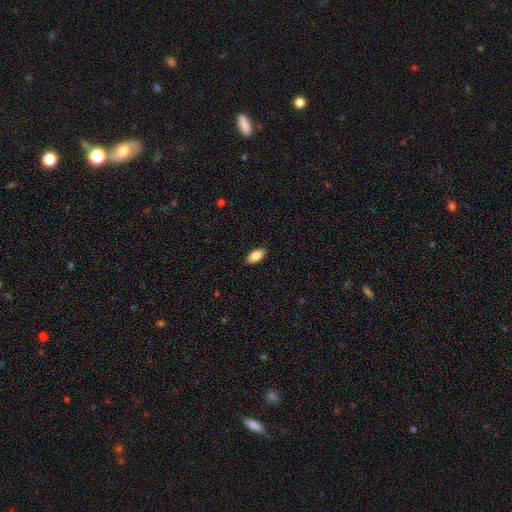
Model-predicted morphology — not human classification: Smooth or featured: smooth — 86% (featured or disk — 7%)
How rounded: in between — 93% (cigar-shaped — 4%)
Merging: none — 89% (minor disturbance — 9%)